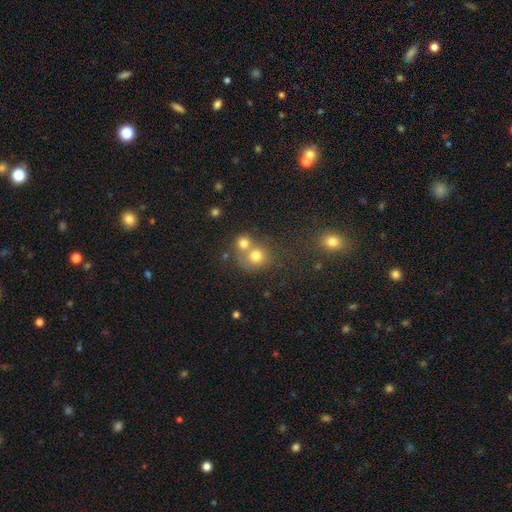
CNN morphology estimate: type=smooth (72%); roundness=round (81%); merging=merger (51%).